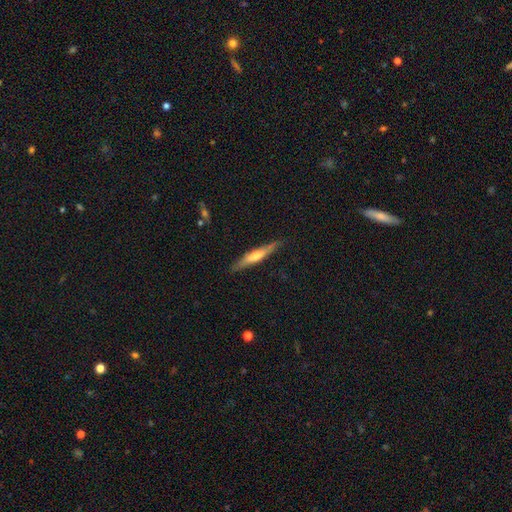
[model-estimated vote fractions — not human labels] Smooth or featured?
  - featured or disk: 55% *
  - smooth: 39%
  - star or artifact: 6%
Edge-on disk?
  - yes: 94% *
  - no: 6%
Edge-on bulge?
  - rounded: 72% *
  - none: 18%
  - boxy: 10%
Merging?
  - none: 87% *
  - minor disturbance: 10%
  - major disturbance: 2%
  - merger: 1%